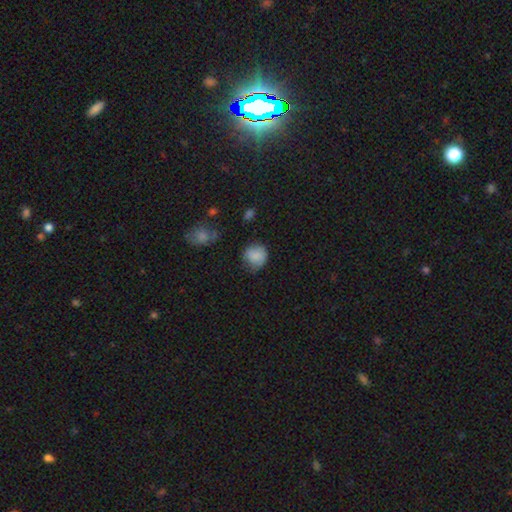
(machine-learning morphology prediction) Smooth or featured: smooth — 82% (featured or disk — 9%)
How rounded: round — 83% (in between — 16%)
Merging: none — 64% (minor disturbance — 27%)